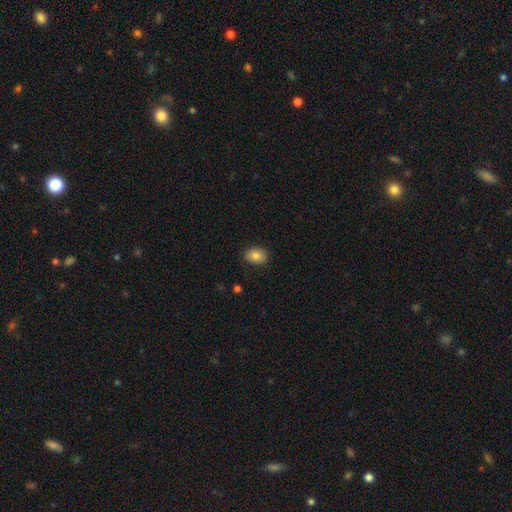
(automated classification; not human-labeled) This appears to be a smooth galaxy with no disk features (82%) that is in between round and cigar-shaped (70%). Merging: none (84%).